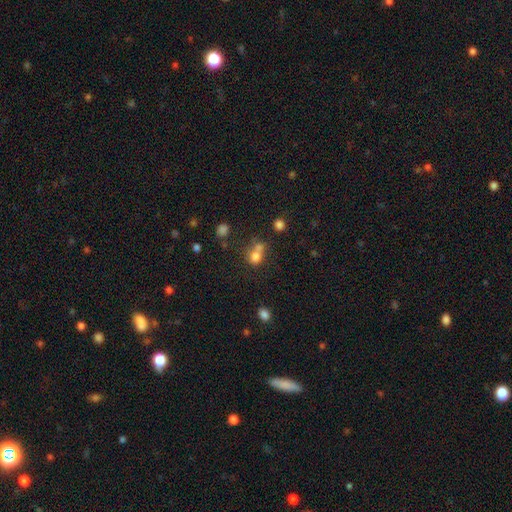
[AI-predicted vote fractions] A smooth galaxy with no disk features (73%) that is round (63%).

Vote fractions:
- Smooth or featured? smooth: 73% / star or artifact: 14% / featured or disk: 13%
- How rounded? round: 63% / in between: 36% / cigar-shaped: 1%
- Merging? merger: 49% / none: 33% / minor disturbance: 11% / major disturbance: 7%